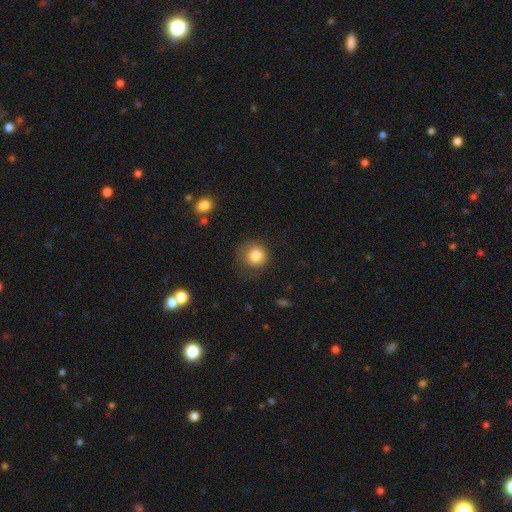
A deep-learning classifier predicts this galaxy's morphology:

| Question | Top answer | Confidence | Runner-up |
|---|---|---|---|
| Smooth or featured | smooth | 81% | star or artifact (10%) |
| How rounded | round | 89% | in between (10%) |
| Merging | none | 64% | minor disturbance (21%) |